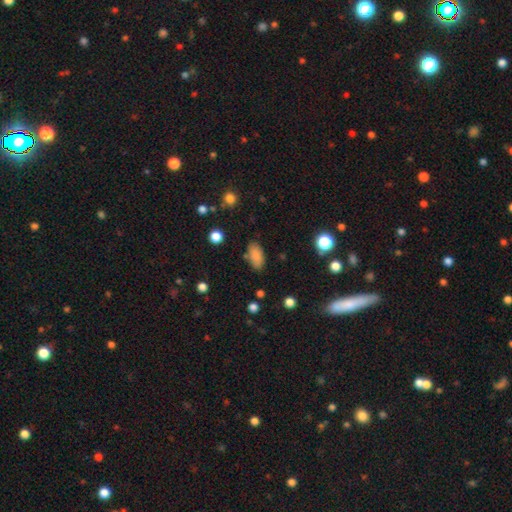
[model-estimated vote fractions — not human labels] Smooth or featured? smooth (86%)
How rounded? in between (91%)
Merging? none (80%)